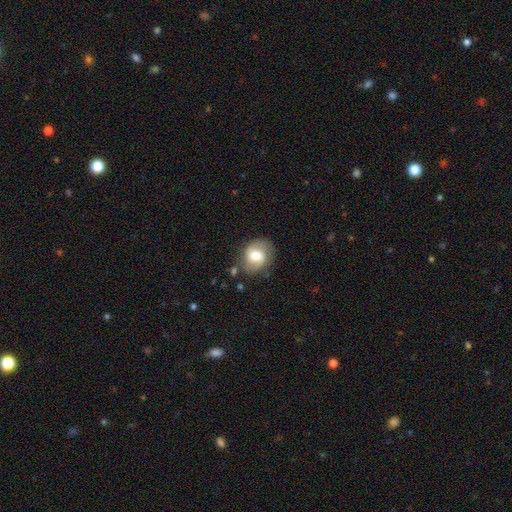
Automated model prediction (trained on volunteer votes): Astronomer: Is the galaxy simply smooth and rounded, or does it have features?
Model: featured or disk — 51% (runner-up: smooth, 42%).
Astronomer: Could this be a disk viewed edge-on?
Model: no — 97%.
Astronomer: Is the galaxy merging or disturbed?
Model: none — 75%.